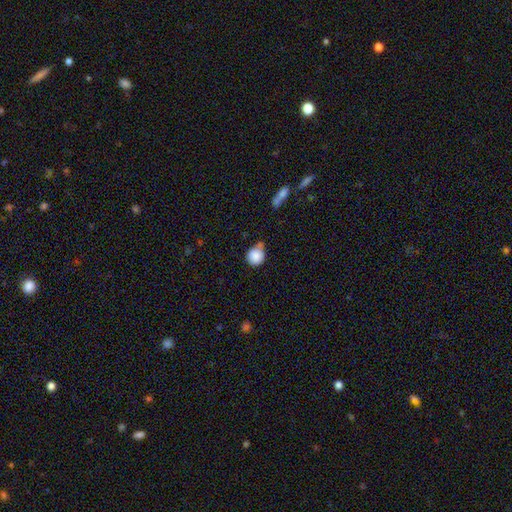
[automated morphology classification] The model was most divided on "merging": none: 53%, minor disturbance: 28%, merger: 13%, major disturbance: 7%. More confident: how rounded — round (90%); smooth or featured — smooth (86%).